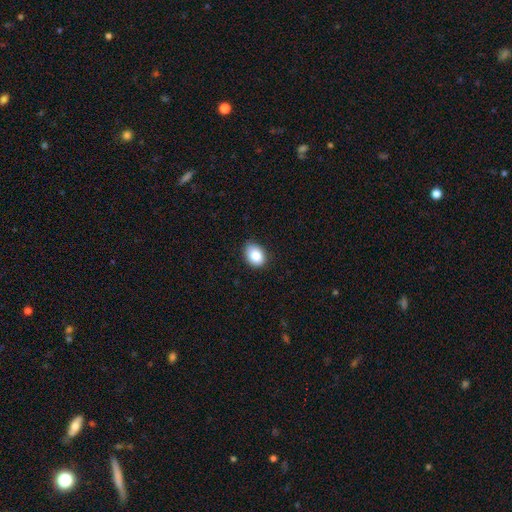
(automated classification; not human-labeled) smooth_or_featured: smooth (p=0.86) [alt: star or artifact p=0.08]
how_rounded: in between (p=0.72) [alt: round p=0.27]
merging: none (p=0.82) [alt: minor disturbance p=0.15]